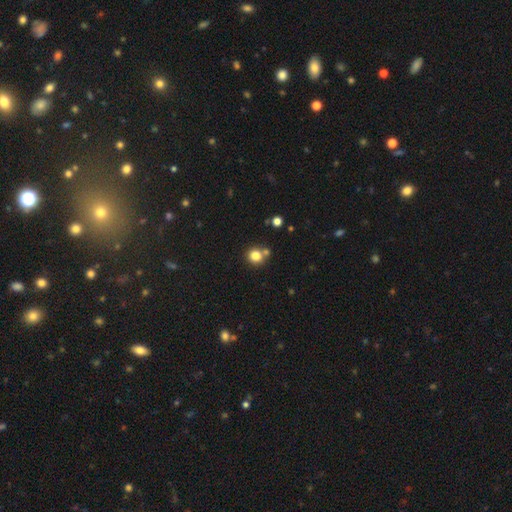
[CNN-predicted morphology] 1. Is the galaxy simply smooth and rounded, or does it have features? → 81% smooth, 12% star or artifact, 7% featured or disk.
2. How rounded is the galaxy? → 89% round, 10% in between, 1% cigar-shaped.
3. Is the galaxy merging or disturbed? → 70% none, 19% merger, 9% minor disturbance, 3% major disturbance.